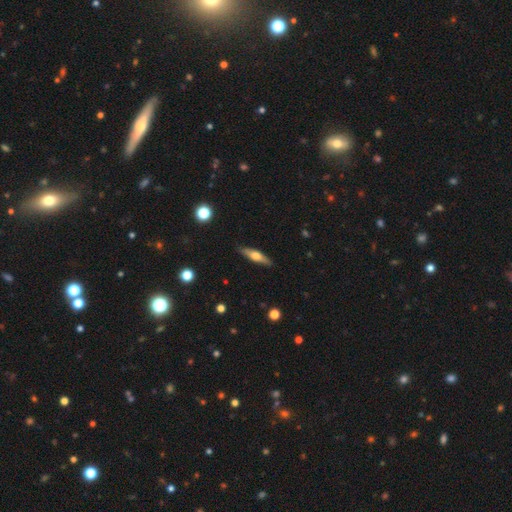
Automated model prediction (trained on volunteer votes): A featured or disk galaxy (49%). Merging: none (89%).